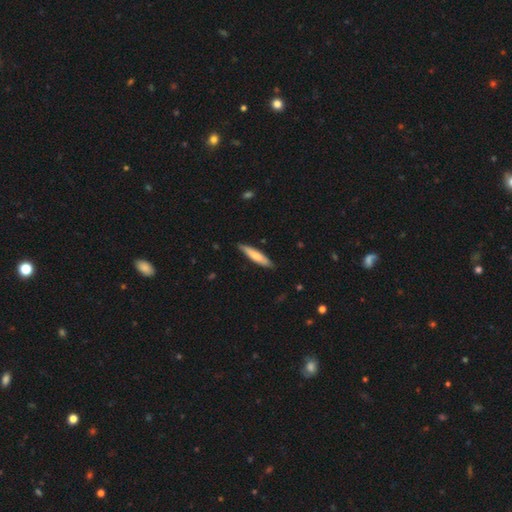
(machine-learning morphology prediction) smooth-or-featured: smooth: 69% | featured or disk: 26% | star or artifact: 5%
  how-rounded: cigar-shaped: 86% | in between: 13% | round: 1%
  merging: none: 84% | minor disturbance: 13% | major disturbance: 2% | merger: 1%